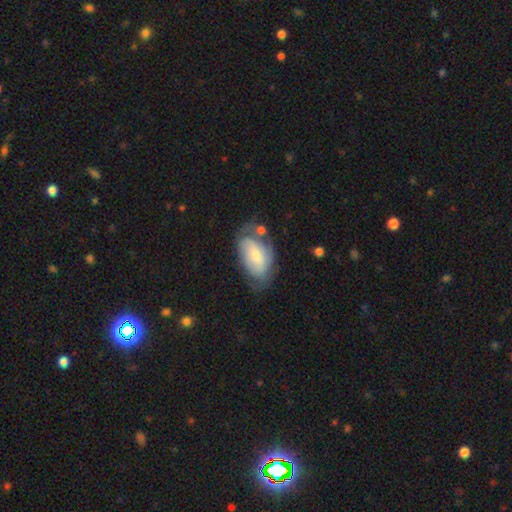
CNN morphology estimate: A smooth galaxy with no disk features (49%).

Vote fractions:
- Smooth or featured? smooth: 49% / featured or disk: 45% / star or artifact: 7%
- Merging? none: 46% / minor disturbance: 29% / major disturbance: 16% / merger: 8%